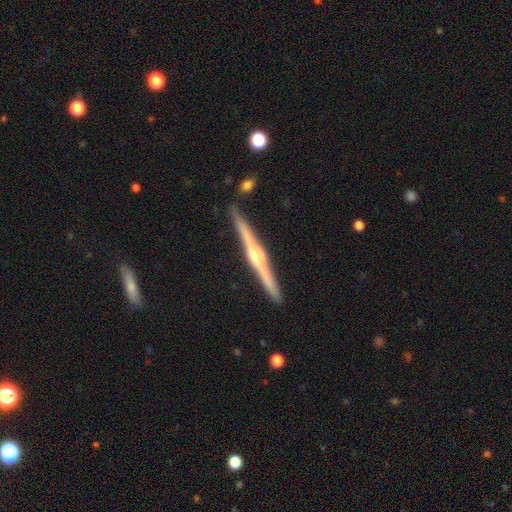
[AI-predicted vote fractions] Smooth or featured: featured or disk — 83% (smooth — 12%)
Edge-on disk: yes — 99% (no — 1%)
Edge-on bulge: rounded — 80% (boxy — 11%)
Merging: none — 91% (minor disturbance — 6%)